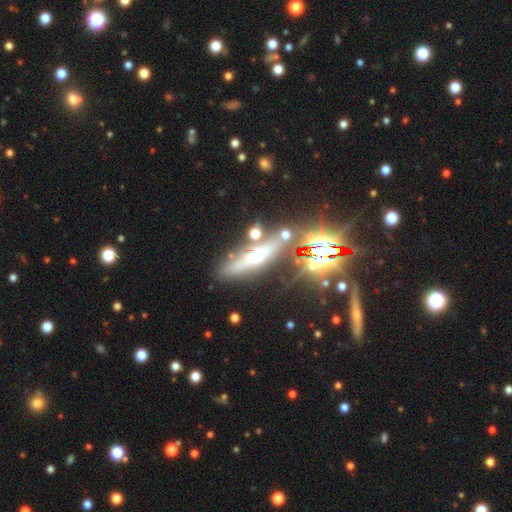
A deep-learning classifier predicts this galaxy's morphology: Smooth or featured? Predicted: featured or disk (p=0.44). Merging? Predicted: none (p=0.78).